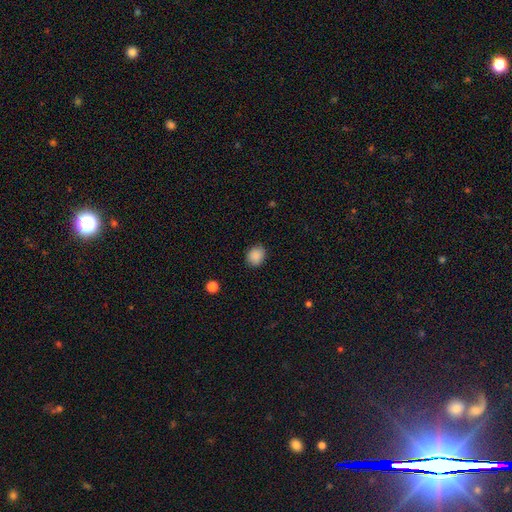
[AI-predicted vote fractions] A smooth galaxy with no disk features (88%) that is round (63%). Merging: none (86%).